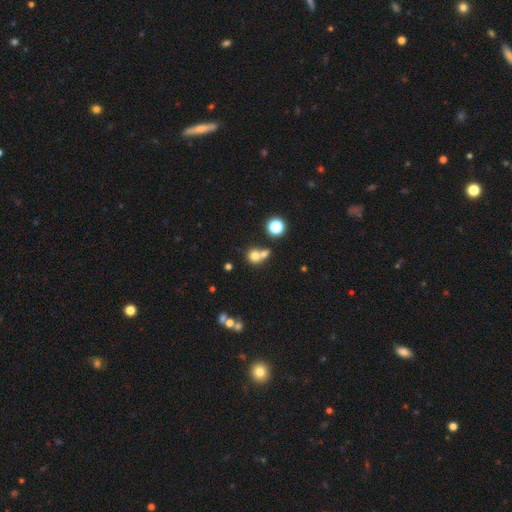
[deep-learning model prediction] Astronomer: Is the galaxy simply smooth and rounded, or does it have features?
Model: smooth — 72%.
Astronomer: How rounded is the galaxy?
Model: round — 82%.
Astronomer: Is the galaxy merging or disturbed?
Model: merger — 49% (runner-up: none, 40%).